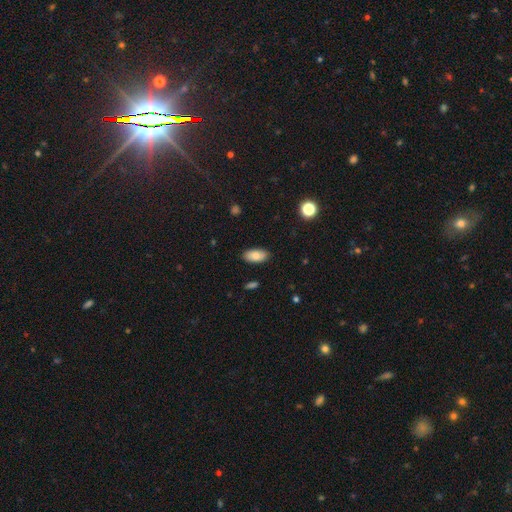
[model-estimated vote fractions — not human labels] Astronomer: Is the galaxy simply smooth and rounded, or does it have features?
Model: smooth — 78%.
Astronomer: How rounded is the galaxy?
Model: in between — 93%.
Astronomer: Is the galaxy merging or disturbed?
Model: none — 87%.